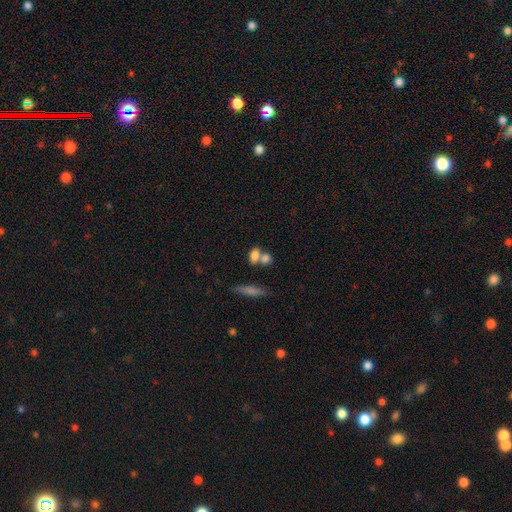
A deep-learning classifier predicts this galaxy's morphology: A smooth galaxy with no disk features (79%) that is in between round and cigar-shaped (68%). Merging: merger (46%).